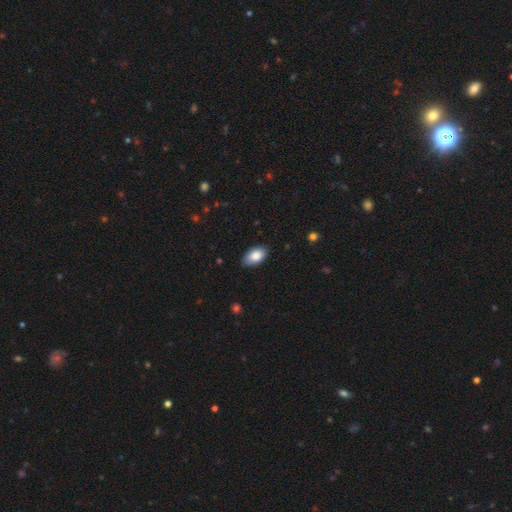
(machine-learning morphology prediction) Smooth or featured? smooth (83%)
How rounded? in between (94%)
Merging? none (85%)